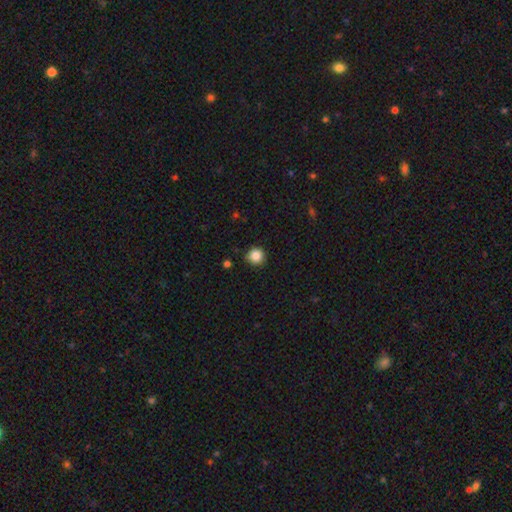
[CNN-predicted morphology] Smooth or featured? Predicted: smooth (p=0.85). How rounded? Predicted: round (p=0.93). Merging? Predicted: none (p=0.85).